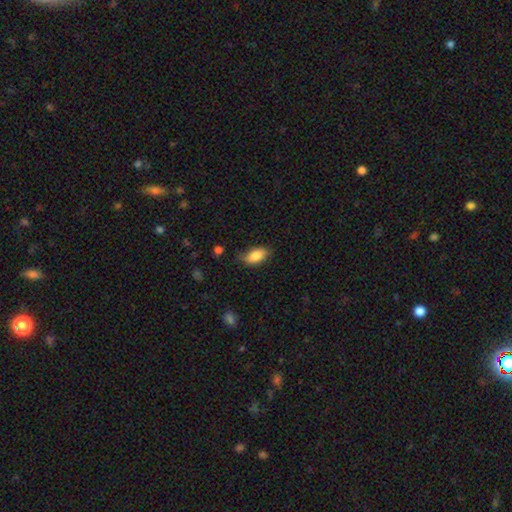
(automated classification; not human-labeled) A smooth galaxy with no disk features (84%) that is in between round and cigar-shaped (90%).

Vote fractions:
- Smooth or featured? smooth: 84% / featured or disk: 9% / star or artifact: 7%
- How rounded? in between: 90% / cigar-shaped: 7% / round: 3%
- Merging? none: 73% / minor disturbance: 22% / major disturbance: 4% / merger: 2%